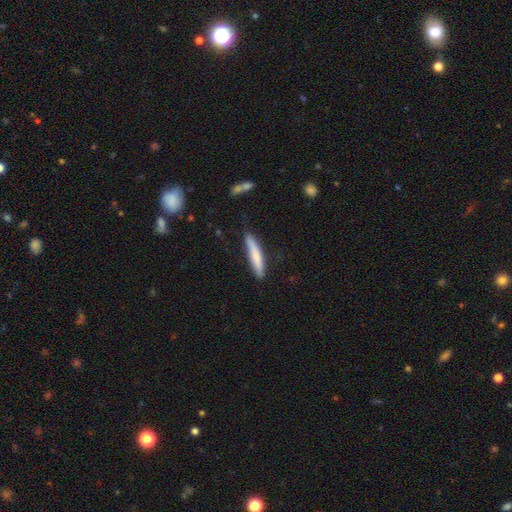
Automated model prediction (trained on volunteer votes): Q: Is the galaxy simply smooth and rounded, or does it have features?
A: smooth — 75%.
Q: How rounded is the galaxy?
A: cigar-shaped — 91%.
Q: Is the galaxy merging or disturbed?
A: none — 82%.